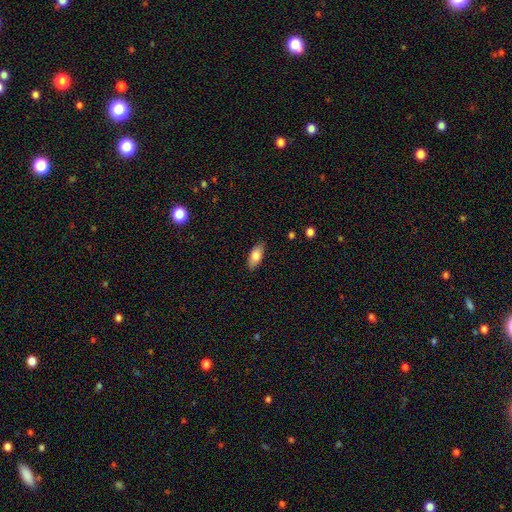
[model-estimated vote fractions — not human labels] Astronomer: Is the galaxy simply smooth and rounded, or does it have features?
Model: smooth — 81%.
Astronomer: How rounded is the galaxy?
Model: in between — 87%.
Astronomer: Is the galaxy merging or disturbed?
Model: none — 86%.